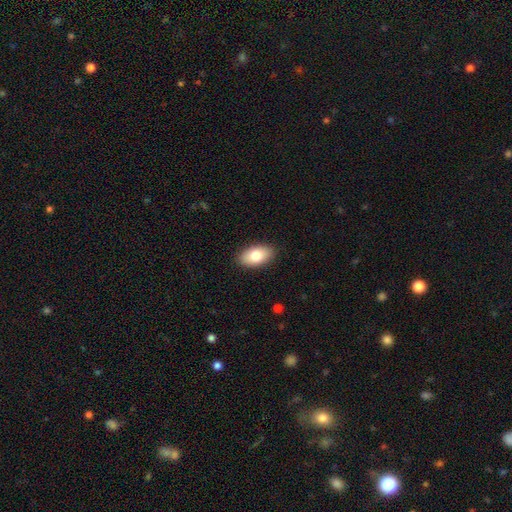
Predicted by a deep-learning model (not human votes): Morphology: type=smooth (80%); roundness=in between (94%); merging=none (89%).